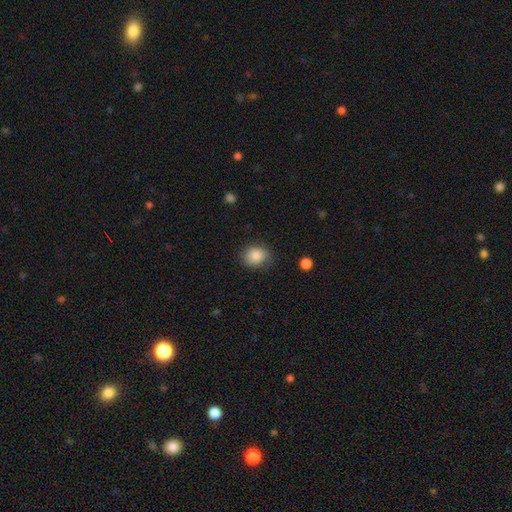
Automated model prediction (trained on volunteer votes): smooth-or-featured: smooth: 85% | star or artifact: 9% | featured or disk: 6%
  how-rounded: round: 65% | in between: 34% | cigar-shaped: 1%
  merging: none: 69% | minor disturbance: 23% | major disturbance: 6% | merger: 2%